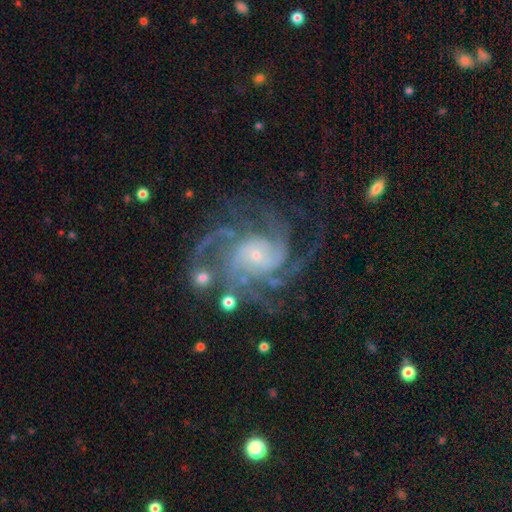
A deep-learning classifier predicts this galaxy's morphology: Smooth or featured? featured or disk (91%)
Edge-on disk? no (98%)
Bar? no (67%)
Spiral arms? yes (98%)
Spiral winding? tight (48%)
Spiral arm count? 4 (40%)
Bulge size? small (76%)
Merging? none (67%)